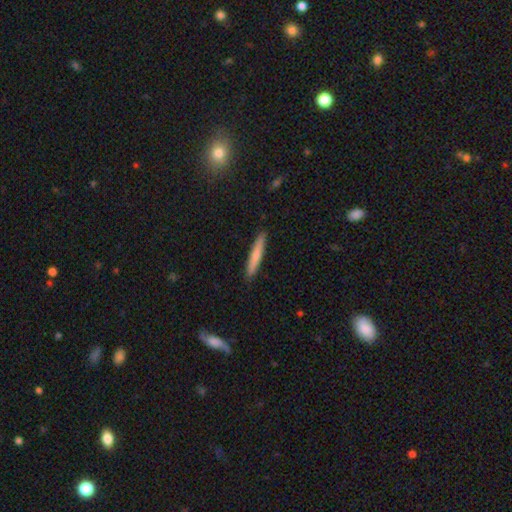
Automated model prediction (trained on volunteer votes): A smooth galaxy with no disk features (70%) that is cigar-shaped (94%). Merging: none (91%).